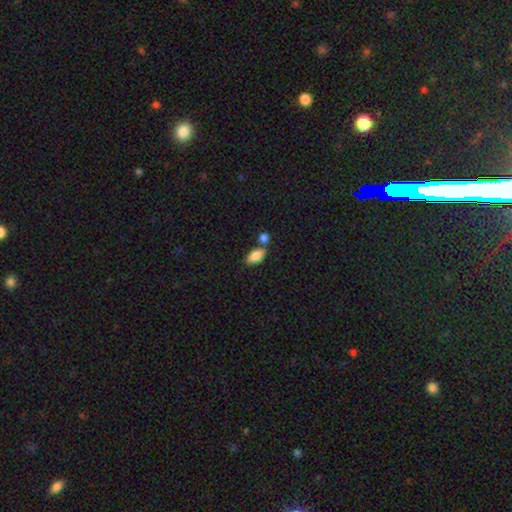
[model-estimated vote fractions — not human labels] This appears to be a smooth galaxy with no disk features (86%) that is in between round and cigar-shaped (91%). Merging: none (56%).